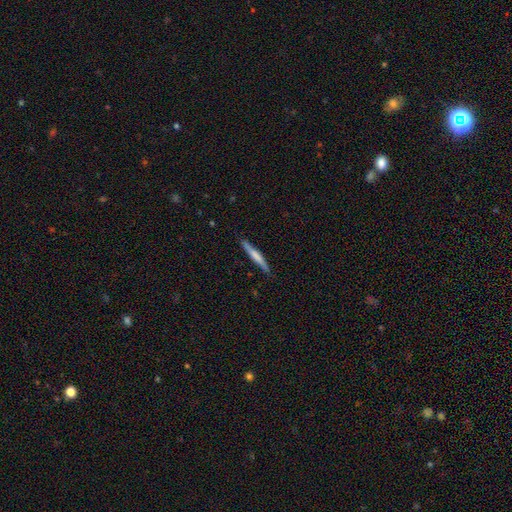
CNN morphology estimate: Smooth or featured? Predicted: smooth (p=0.58). How rounded? Predicted: cigar-shaped (p=0.96). Merging? Predicted: none (p=0.87).